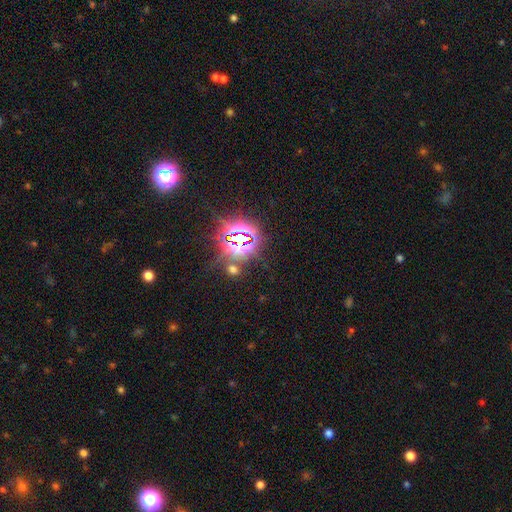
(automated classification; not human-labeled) smooth_or_featured: star or artifact (p=0.81) [alt: smooth p=0.11]